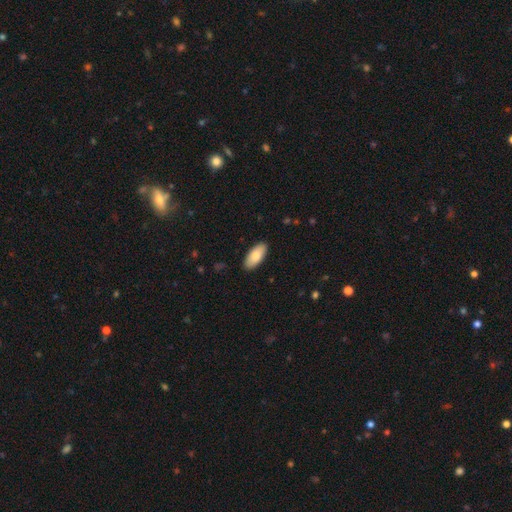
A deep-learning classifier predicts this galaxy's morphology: A smooth galaxy with no disk features (82%) that is in between round and cigar-shaped (89%).

Vote fractions:
- Smooth or featured? smooth: 82% / featured or disk: 13% / star or artifact: 6%
- How rounded? in between: 89% / cigar-shaped: 9% / round: 2%
- Merging? none: 89% / minor disturbance: 8% / major disturbance: 2% / merger: 1%